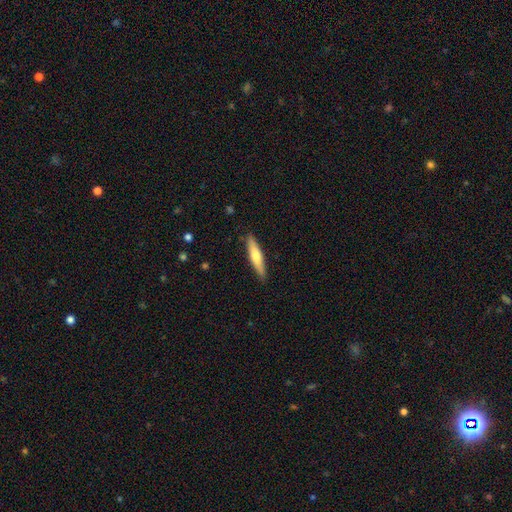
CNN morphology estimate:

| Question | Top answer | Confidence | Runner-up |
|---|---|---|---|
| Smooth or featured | smooth | 58% | featured or disk (36%) |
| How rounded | cigar-shaped | 85% | in between (14%) |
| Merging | none | 88% | minor disturbance (9%) |